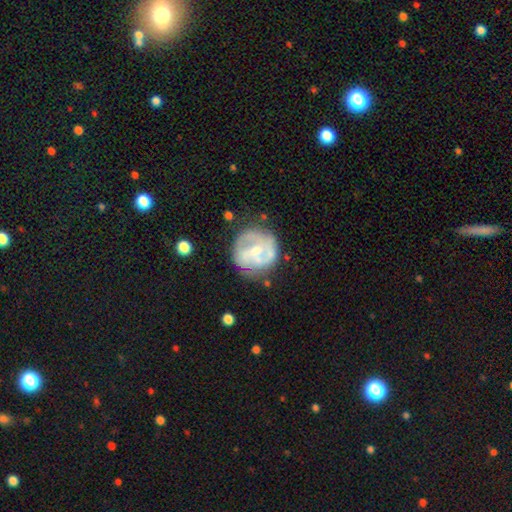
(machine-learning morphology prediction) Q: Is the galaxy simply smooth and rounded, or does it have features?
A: featured or disk — 72%.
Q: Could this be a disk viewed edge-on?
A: no — 97%.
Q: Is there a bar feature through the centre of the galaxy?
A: weak — 42%.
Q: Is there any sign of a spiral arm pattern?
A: yes — 78%.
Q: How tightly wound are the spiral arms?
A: tight — 49%.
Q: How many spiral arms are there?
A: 2 — 46%.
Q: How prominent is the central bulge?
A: small — 54%.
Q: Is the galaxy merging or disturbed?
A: none — 68%.